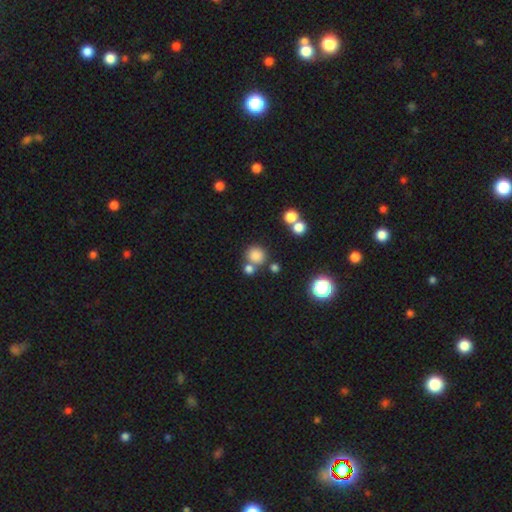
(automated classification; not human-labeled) Smooth or featured? smooth (79%)
How rounded? round (88%)
Merging? none (64%)